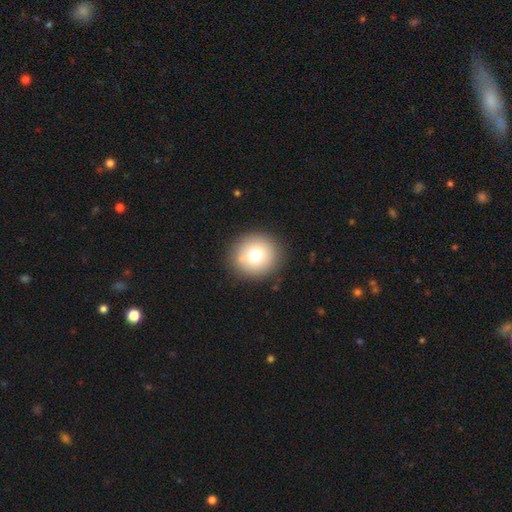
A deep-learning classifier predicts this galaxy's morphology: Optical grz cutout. It shows a smooth galaxy with no disk features (73%) that is round (92%). Merging: none (91%).